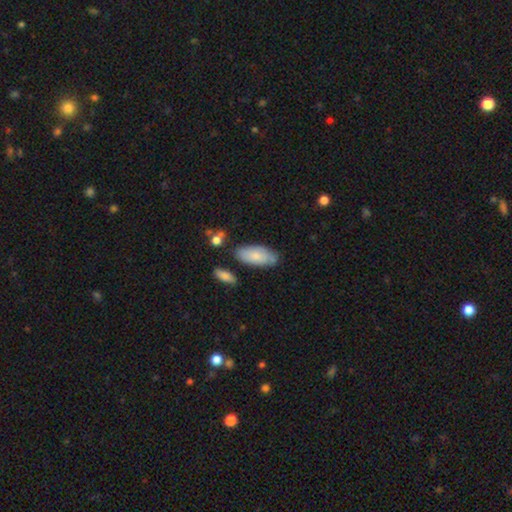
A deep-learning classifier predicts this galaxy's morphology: The model was most divided on "merging": none: 70%, minor disturbance: 21%, merger: 5%, major disturbance: 4%. More confident: how rounded — in between (88%); smooth or featured — smooth (77%).